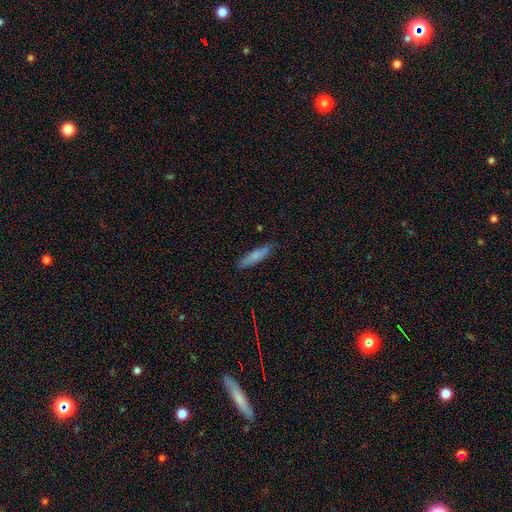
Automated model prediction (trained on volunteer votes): Smooth or featured?
  - smooth: 75% *
  - featured or disk: 19%
  - star or artifact: 7%
How rounded?
  - cigar-shaped: 70% *
  - in between: 28%
  - round: 2%
Merging?
  - none: 80% *
  - minor disturbance: 16%
  - major disturbance: 2%
  - merger: 1%